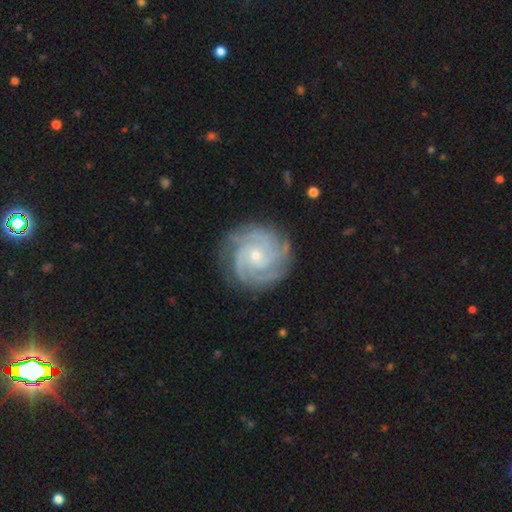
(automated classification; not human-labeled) Smooth or featured: featured or disk — 89% (smooth — 5%)
Edge-on disk: no — 98% (yes — 2%)
Bar: no — 73% (weak — 22%)
Spiral arms: yes — 98% (no — 2%)
Spiral winding: tight — 77% (medium — 20%)
Spiral arm count: 3 — 37% (4 — 22%)
Bulge size: small — 64% (moderate — 33%)
Merging: none — 83% (minor disturbance — 13%)